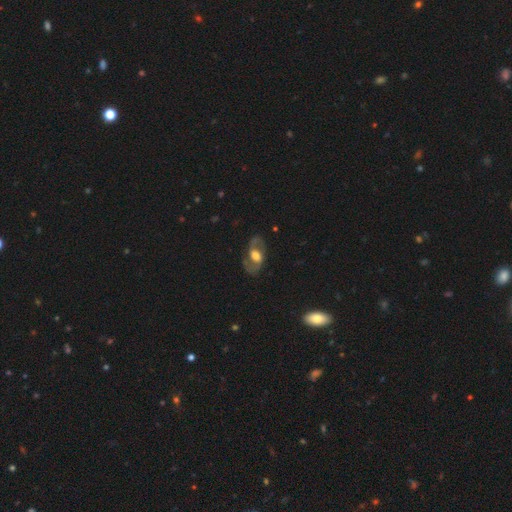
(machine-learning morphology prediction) smooth_or_featured: featured or disk (p=0.70) [alt: smooth p=0.24]
disk_edge_on: no (p=0.92) [alt: yes p=0.08]
bar: no (p=0.46) [alt: weak p=0.39]
has_spiral_arms: yes (p=0.74) [alt: no p=0.26]
bulge_size: large (p=0.46) [alt: moderate p=0.41]
merging: none (p=0.74) [alt: minor disturbance p=0.16]